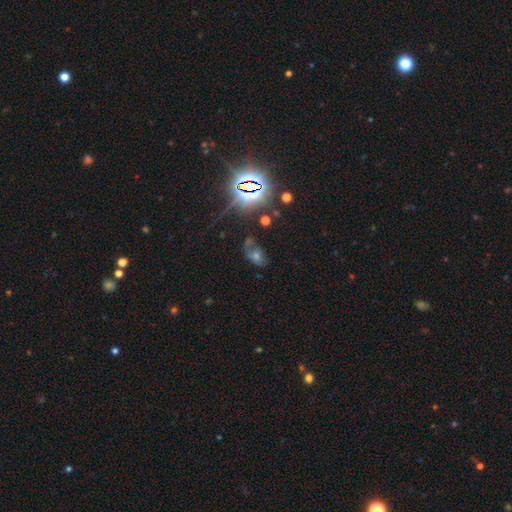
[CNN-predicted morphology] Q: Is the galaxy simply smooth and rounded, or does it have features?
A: star or artifact — 52%.